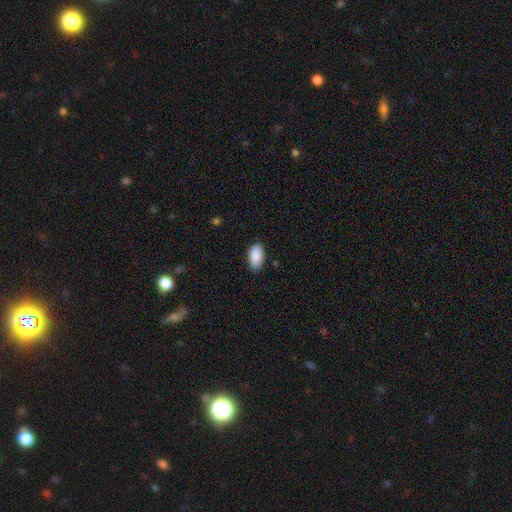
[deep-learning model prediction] Smooth or featured? smooth (90%)
How rounded? in between (95%)
Merging? none (84%)